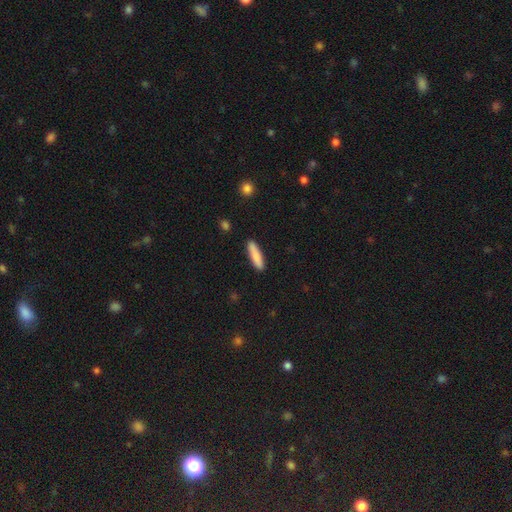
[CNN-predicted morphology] Smooth or featured? Predicted: smooth (p=0.84). How rounded? Predicted: cigar-shaped (p=0.77). Merging? Predicted: none (p=0.89).